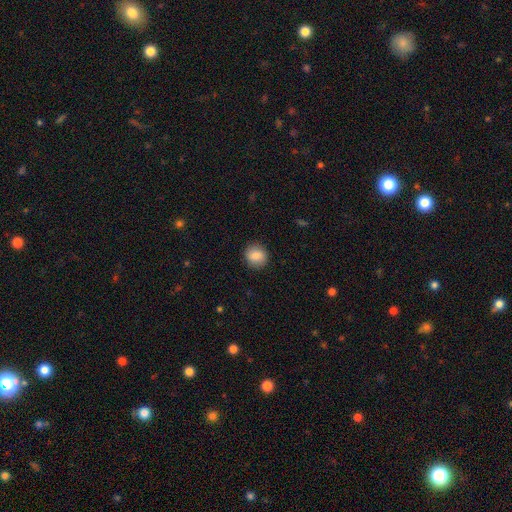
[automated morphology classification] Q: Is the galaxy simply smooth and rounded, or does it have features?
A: smooth — 86%.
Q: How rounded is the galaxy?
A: round — 83%.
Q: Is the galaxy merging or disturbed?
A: none — 89%.